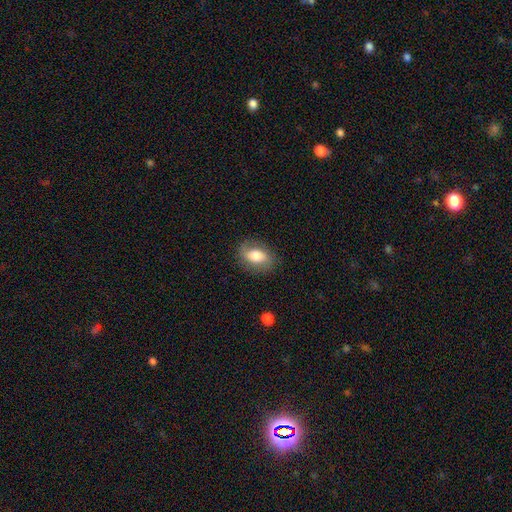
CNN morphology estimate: The model was most divided on "smooth or featured": smooth: 58%, featured or disk: 34%, star or artifact: 8%. More confident: how rounded — in between (79%); merging — none (78%).